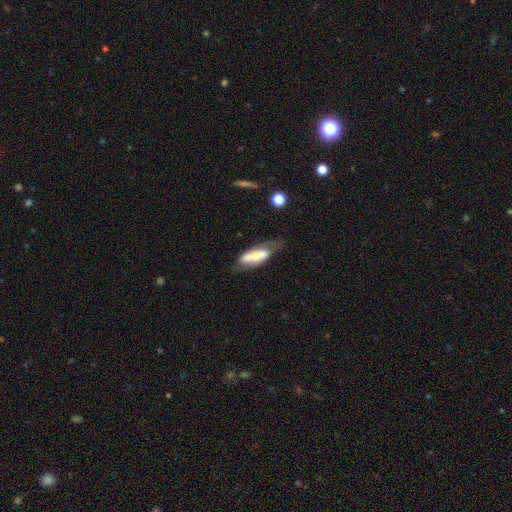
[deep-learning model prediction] Q: Smooth or featured?
A: featured or disk (54%); runner-up: smooth (40%)
Q: Edge-on disk?
A: no (73%); runner-up: yes (27%)
Q: Merging?
A: none (52%); runner-up: minor disturbance (25%)